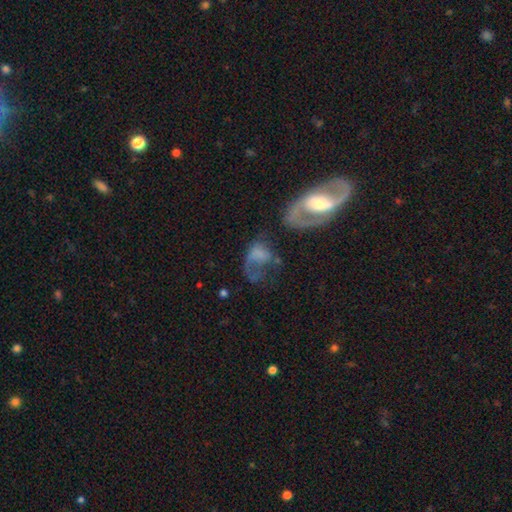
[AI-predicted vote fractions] Smooth or featured: featured or disk — 47% (smooth — 40%)
Merging: major disturbance — 40% (none — 26%)